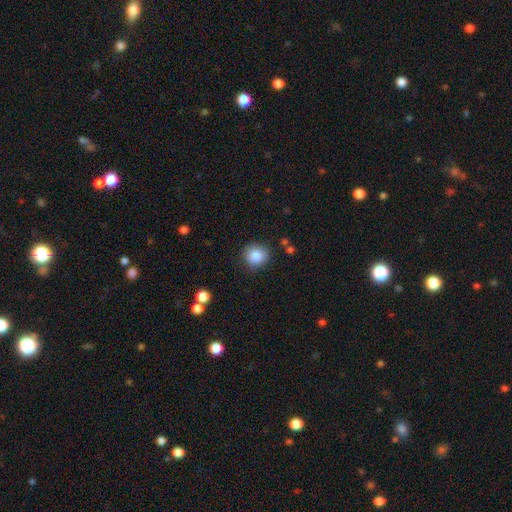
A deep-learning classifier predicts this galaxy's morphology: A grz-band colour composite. It shows a smooth galaxy with no disk features (86%) that is round (87%). Merging: none (83%).